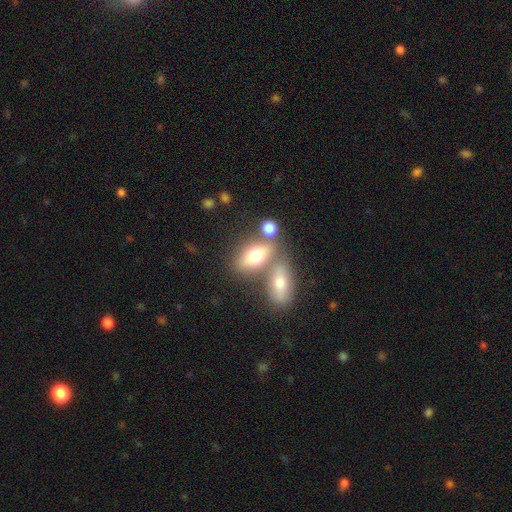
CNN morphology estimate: Q: Smooth or featured?
A: smooth (71%); runner-up: featured or disk (20%)
Q: How rounded?
A: in between (82%); runner-up: round (10%)
Q: Merging?
A: none (47%); runner-up: merger (36%)